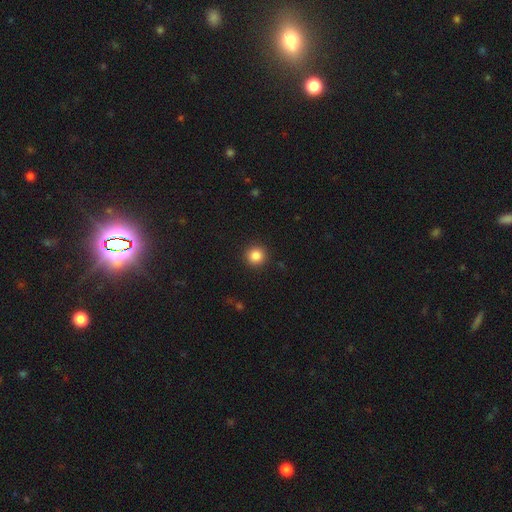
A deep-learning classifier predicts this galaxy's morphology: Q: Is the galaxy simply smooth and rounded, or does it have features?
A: smooth — 85%.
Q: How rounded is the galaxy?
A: round — 95%.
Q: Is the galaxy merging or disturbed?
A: none — 92%.